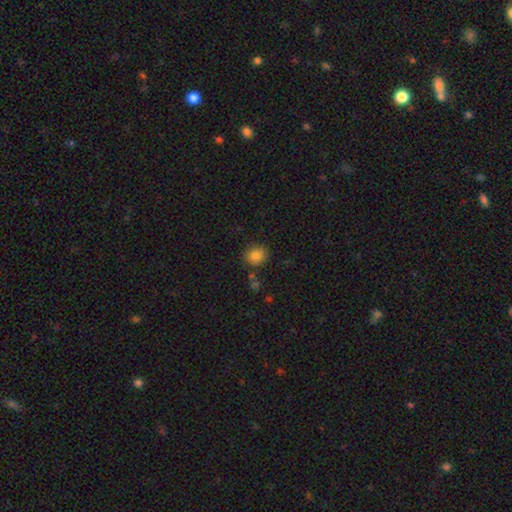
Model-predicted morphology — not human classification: The model was most divided on "how rounded": round: 78%, in between: 22%, cigar-shaped: 1%. More confident: smooth or featured — smooth (83%); merging — none (80%).